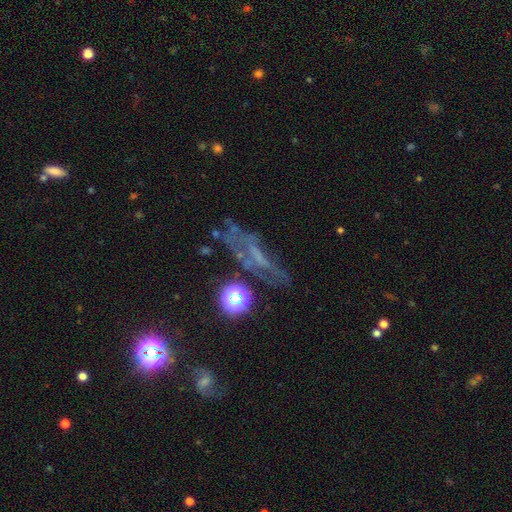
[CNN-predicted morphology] This is possibly a featured or disk galaxy (47%). Merging: possibly none (51%).